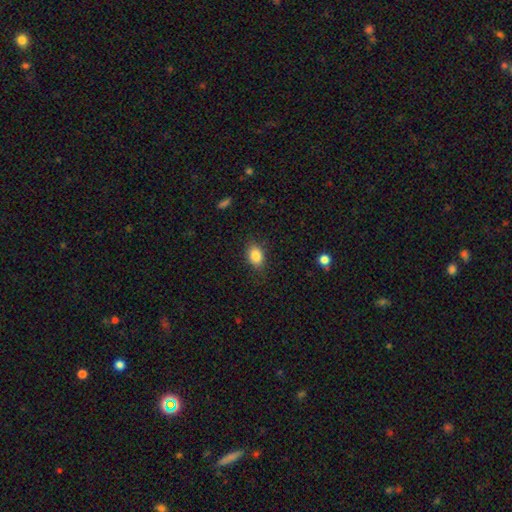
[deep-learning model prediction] A smooth galaxy with no disk features (85%) that is in between round and cigar-shaped (76%). Merging: none (84%).